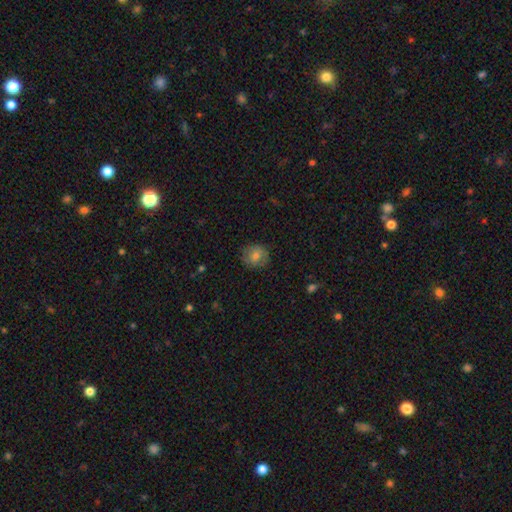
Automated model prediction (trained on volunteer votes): Smooth or featured? Predicted: smooth (p=0.72). How rounded? Predicted: round (p=0.86). Merging? Predicted: none (p=0.84).